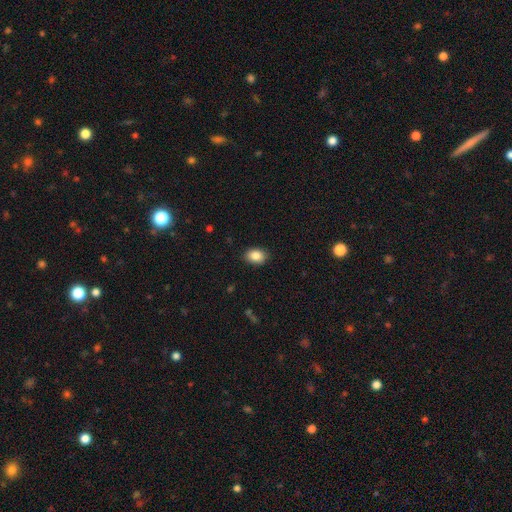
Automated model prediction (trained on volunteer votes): smooth 86%, star or artifact 8%, featured or disk 5%. Down the decision tree: how rounded — in between (73%); merging — none (89%).